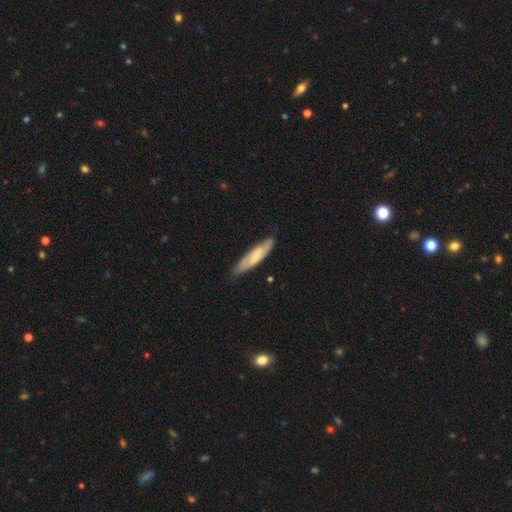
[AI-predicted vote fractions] smooth_or_featured: featured or disk (p=0.52) [alt: smooth p=0.42]
disk_edge_on: no (p=0.61) [alt: yes p=0.39]
merging: none (p=0.77) [alt: minor disturbance p=0.18]